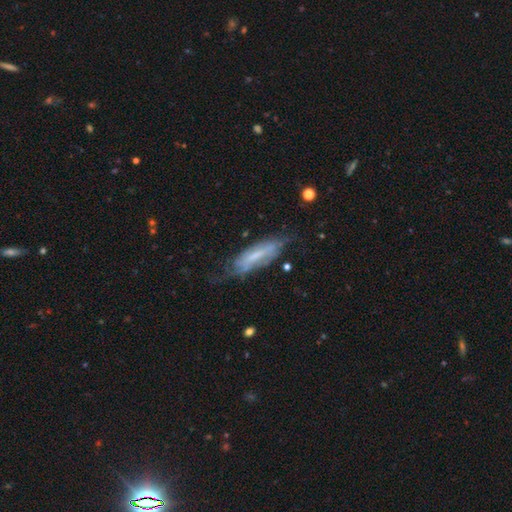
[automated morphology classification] Overall: featured or disk (60%; smooth 32%). Edge-on disk: no (64%; yes 36%). Merging: none (53%; minor disturbance 28%).